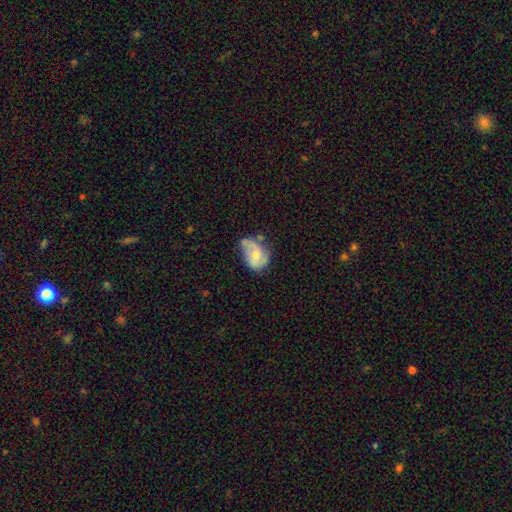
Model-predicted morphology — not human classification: smooth_or_featured: featured or disk (p=0.57) [alt: smooth p=0.36]
disk_edge_on: no (p=0.97) [alt: yes p=0.03]
bar: no (p=0.62) [alt: weak p=0.32]
has_spiral_arms: yes (p=0.76) [alt: no p=0.24]
bulge_size: moderate (p=0.51) [alt: small p=0.39]
merging: minor disturbance (p=0.38) [alt: none p=0.33]